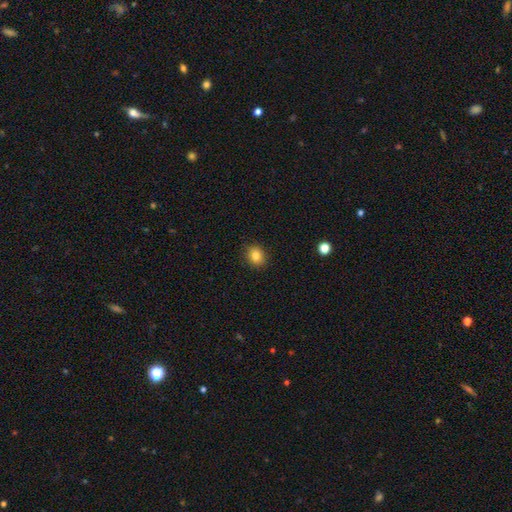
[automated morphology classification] Overall: smooth (82%). How rounded: round (69%; in between 30%). Merging: none (90%).